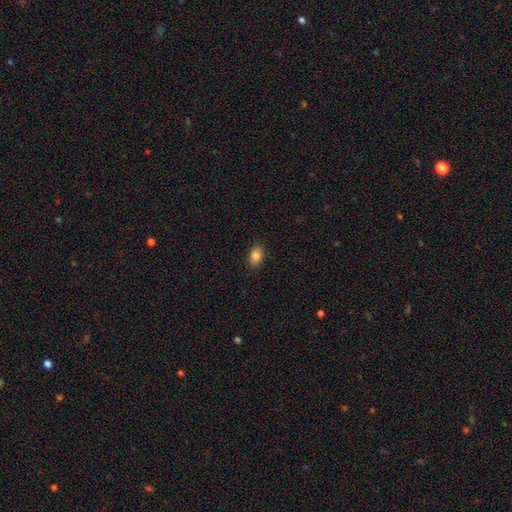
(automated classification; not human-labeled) The model was most divided on "how rounded": in between: 81%, round: 18%, cigar-shaped: 1%. More confident: merging — none (89%); smooth or featured — smooth (85%).